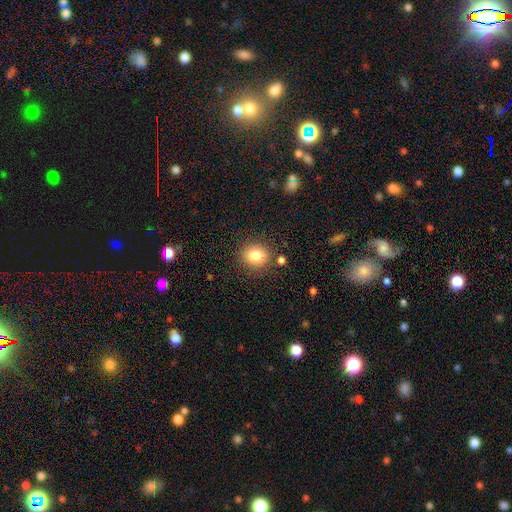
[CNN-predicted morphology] Smooth or featured? smooth (82%)
How rounded? round (76%)
Merging? none (85%)